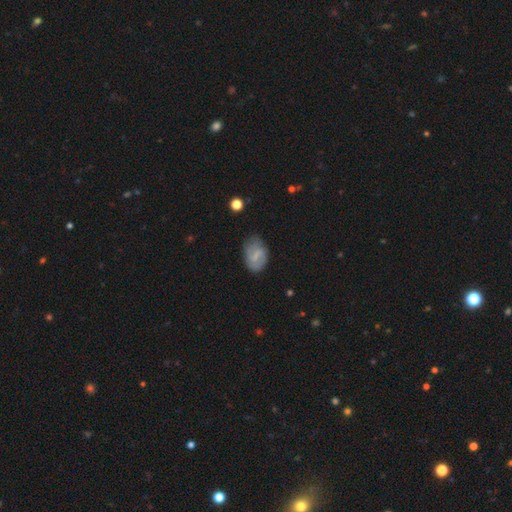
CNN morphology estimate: smooth-or-featured: smooth: 50% | featured or disk: 42% | star or artifact: 8%
  merging: none: 63% | minor disturbance: 27% | major disturbance: 9% | merger: 2%